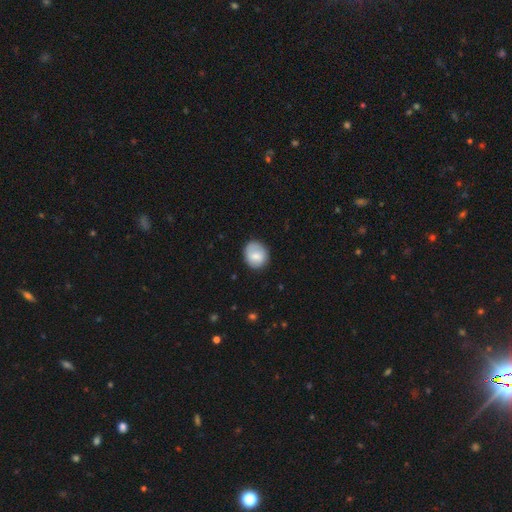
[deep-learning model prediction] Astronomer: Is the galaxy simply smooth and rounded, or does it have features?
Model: smooth — 79%.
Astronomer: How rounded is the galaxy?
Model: round — 72%.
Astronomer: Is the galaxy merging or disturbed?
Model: none — 78%.